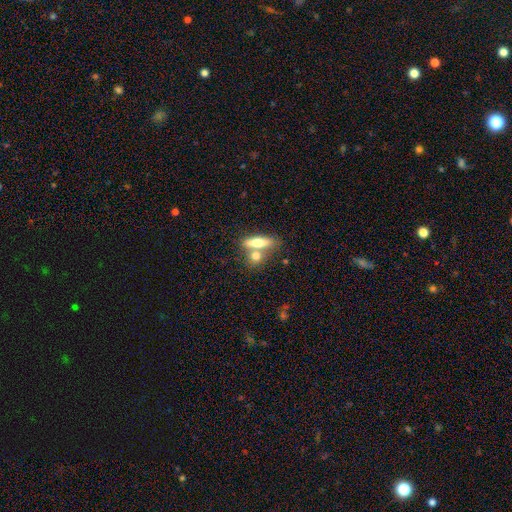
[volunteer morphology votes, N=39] Smooth or featured? smooth (77%)
How rounded? round (43%)
Merging? none (44%)